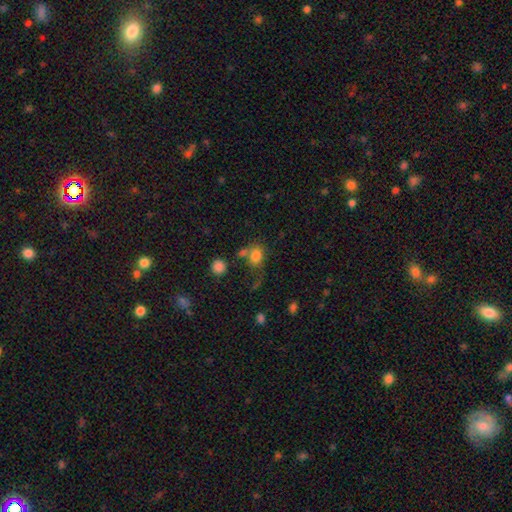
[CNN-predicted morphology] smooth_or_featured: smooth (p=0.79) [alt: star or artifact p=0.12]
how_rounded: in between (p=0.54) [alt: round p=0.45]
merging: none (p=0.48) [alt: merger p=0.22]